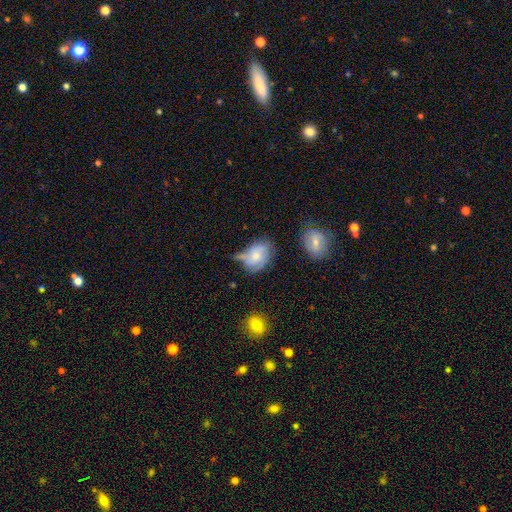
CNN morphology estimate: smooth_or_featured: smooth (p=0.60) [alt: featured or disk p=0.32]
how_rounded: in between (p=0.73) [alt: round p=0.26]
merging: minor disturbance (p=0.35) [alt: none p=0.33]